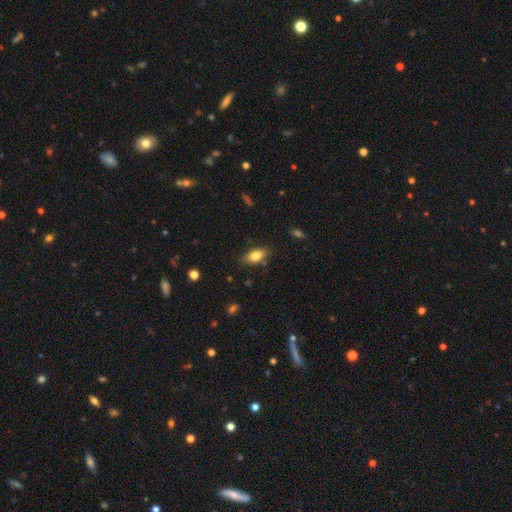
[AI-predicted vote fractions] Q: Smooth or featured?
A: smooth (81%); runner-up: featured or disk (11%)
Q: How rounded?
A: in between (87%); runner-up: cigar-shaped (7%)
Q: Merging?
A: none (81%); runner-up: minor disturbance (14%)